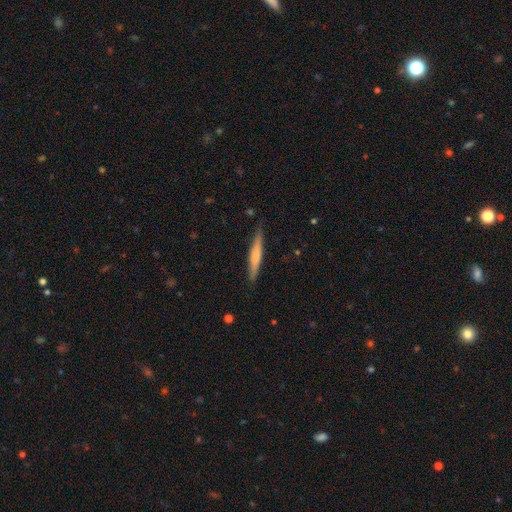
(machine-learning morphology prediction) Smooth or featured? smooth (55%)
How rounded? cigar-shaped (94%)
Merging? none (87%)